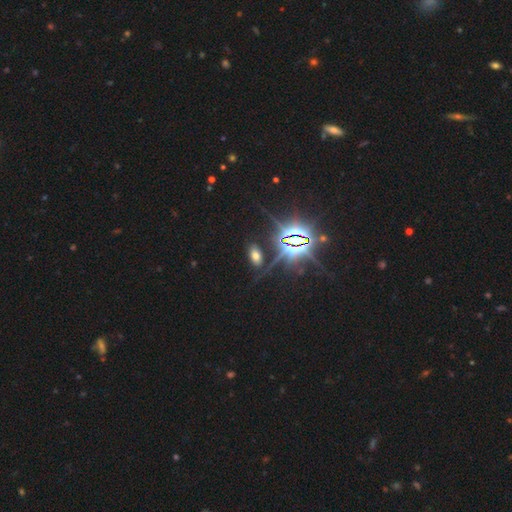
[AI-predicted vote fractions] smooth-or-featured: smooth: 46% | star or artifact: 42% | featured or disk: 12%
  merging: none: 82% | minor disturbance: 10% | major disturbance: 5% | merger: 3%